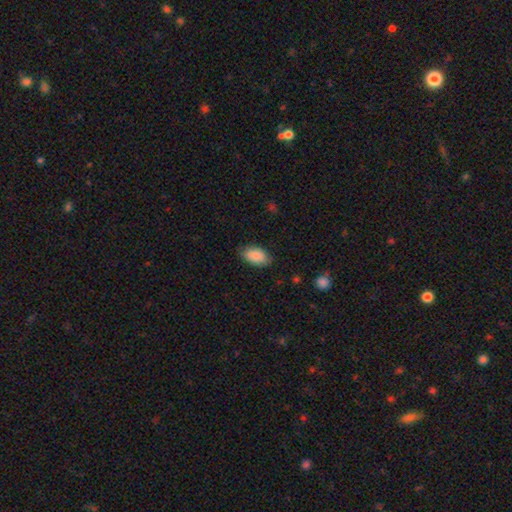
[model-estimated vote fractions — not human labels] Smooth or featured? smooth (89%)
How rounded? in between (93%)
Merging? none (79%)